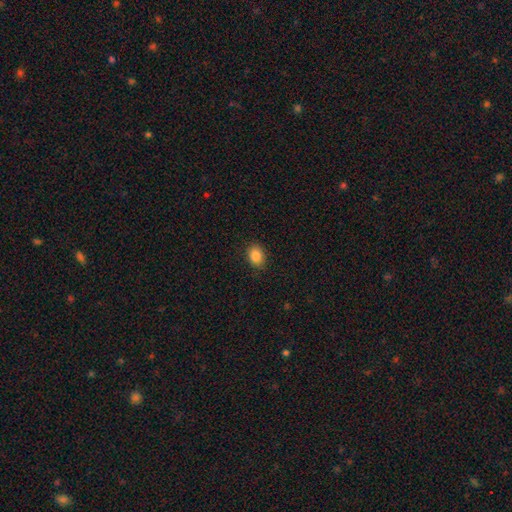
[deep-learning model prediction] smooth 87%, star or artifact 9%, featured or disk 4%. Down the decision tree: how rounded — in between (69%); merging — none (86%).